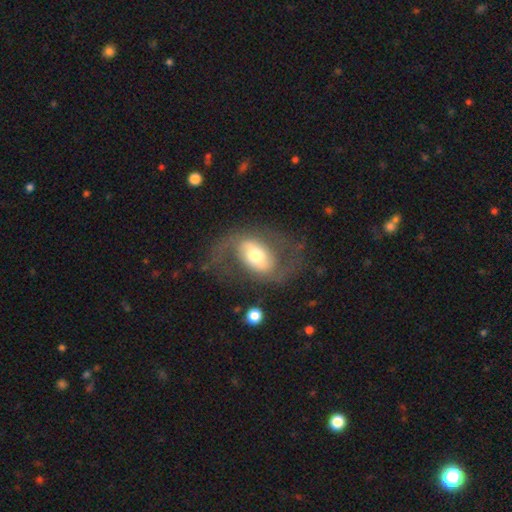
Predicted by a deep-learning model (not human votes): Smooth or featured? featured or disk (69%)
Edge-on disk? no (95%)
Bar? no (41%)
Spiral arms? yes (73%)
Bulge size? moderate (64%)
Merging? none (64%)